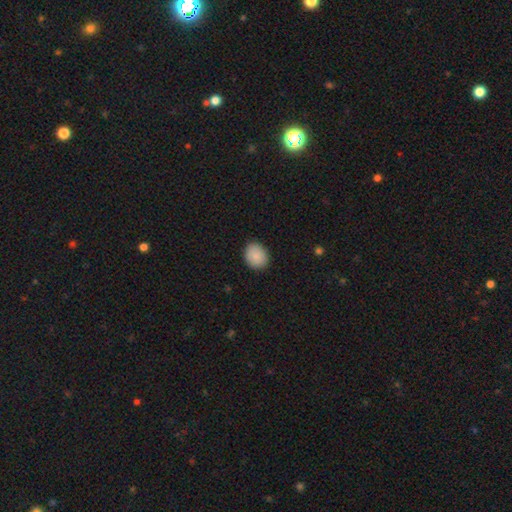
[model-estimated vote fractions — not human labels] Smooth or featured: smooth — 89% (star or artifact — 7%)
How rounded: round — 51% (in between — 48%)
Merging: none — 89% (minor disturbance — 8%)